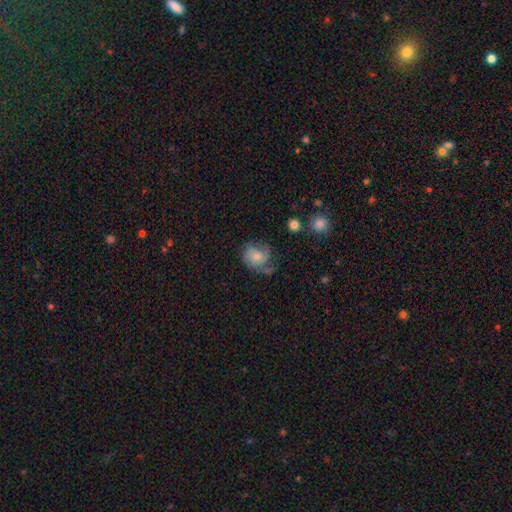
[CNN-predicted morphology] Overall: featured or disk (54%; smooth 36%). Edge-on disk: no (97%). Bar: no (78%). Spiral arms: yes (83%). Bulge size: moderate (51%; small 38%). Merging: none (50%; minor disturbance 25%).